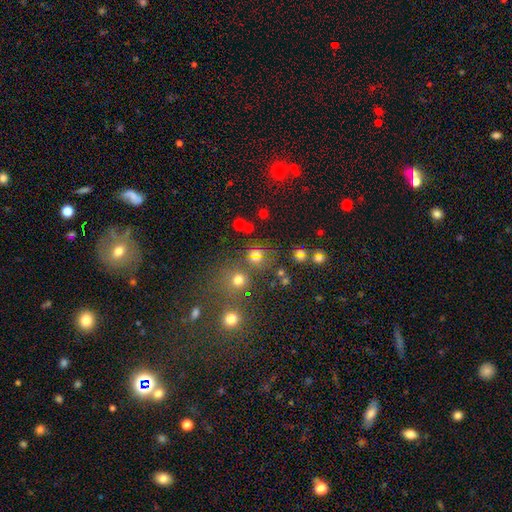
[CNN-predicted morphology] Smooth or featured? smooth (58%)
How rounded? round (81%)
Merging? none (68%)